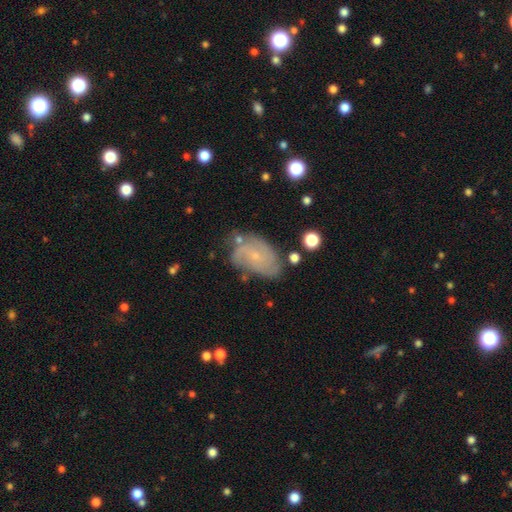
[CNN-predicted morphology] Smooth or featured? Predicted: featured or disk (p=0.69). Edge-on disk? Predicted: no (p=0.97). Bar? Predicted: no (p=0.72). Spiral arms? Predicted: yes (p=0.87). Spiral winding? Predicted: tight (p=0.46). Spiral arm count? Predicted: can't tell (p=0.37). Bulge size? Predicted: small (p=0.80). Merging? Predicted: none (p=0.60).